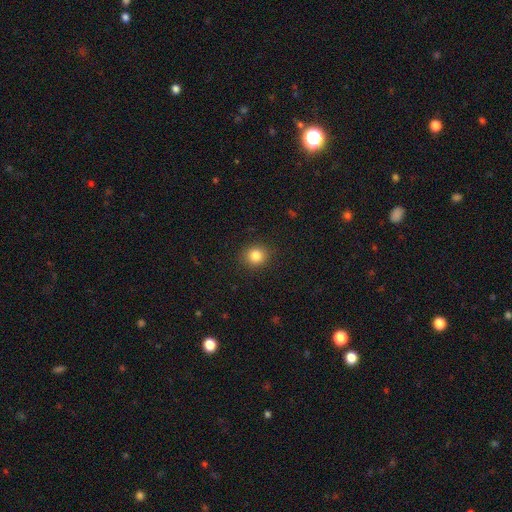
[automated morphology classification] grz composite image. It shows a smooth galaxy with no disk features (84%) that is round (84%). Merging: none (90%).